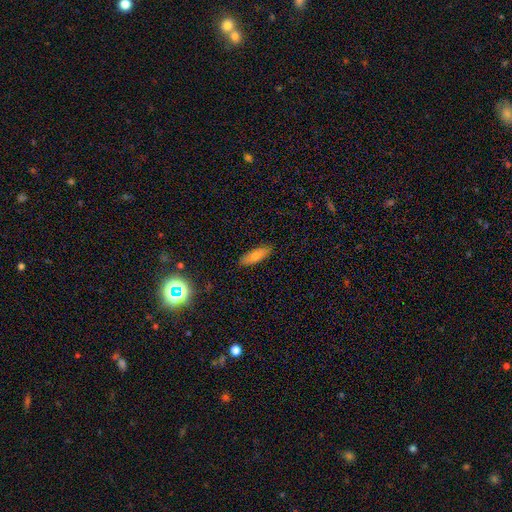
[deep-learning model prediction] Overall: smooth (76%). How rounded: in between (62%; cigar-shaped 36%). Merging: none (86%).